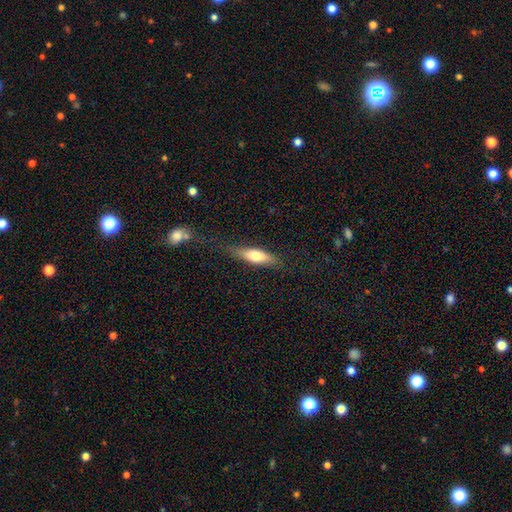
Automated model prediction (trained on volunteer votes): Overall: smooth (66%; featured or disk 28%). How rounded: cigar-shaped (55%; in between 42%). Merging: none (77%).